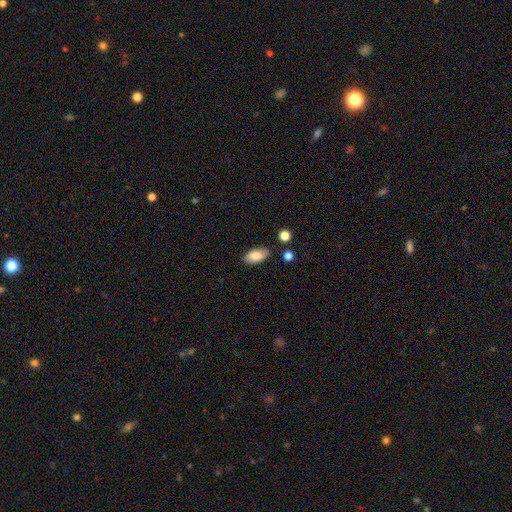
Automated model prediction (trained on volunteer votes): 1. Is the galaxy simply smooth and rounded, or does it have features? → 82% smooth, 11% featured or disk, 7% star or artifact.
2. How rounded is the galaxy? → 91% in between, 6% cigar-shaped, 3% round.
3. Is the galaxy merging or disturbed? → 84% none, 11% minor disturbance, 3% merger, 2% major disturbance.